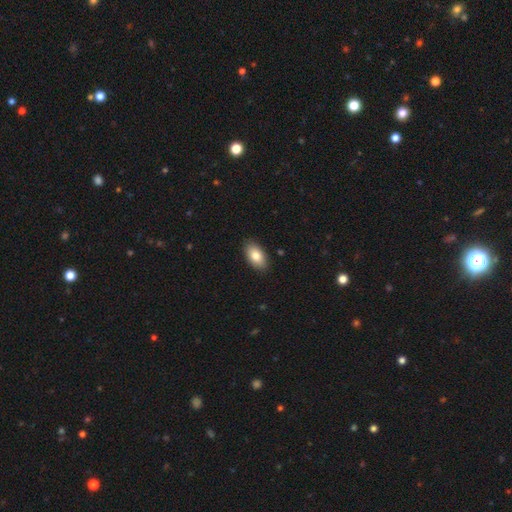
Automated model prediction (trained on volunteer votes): Smooth or featured? smooth (82%)
How rounded? in between (94%)
Merging? none (89%)